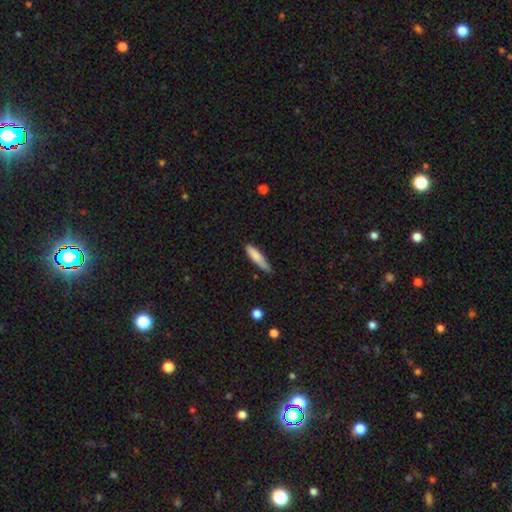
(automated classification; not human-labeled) Smooth or featured: smooth — 81% (featured or disk — 13%)
How rounded: cigar-shaped — 79% (in between — 20%)
Merging: none — 64% (minor disturbance — 30%)